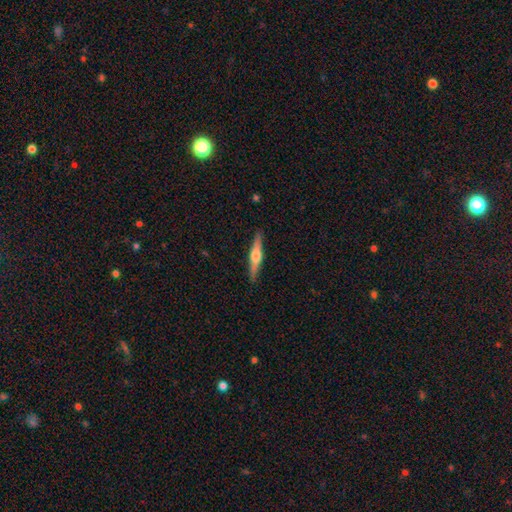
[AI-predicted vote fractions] featured or disk 63%, smooth 32%, star or artifact 5%. Down the decision tree: edge-on disk — yes (97%); edge-on bulge — rounded (91%); merging — none (90%).